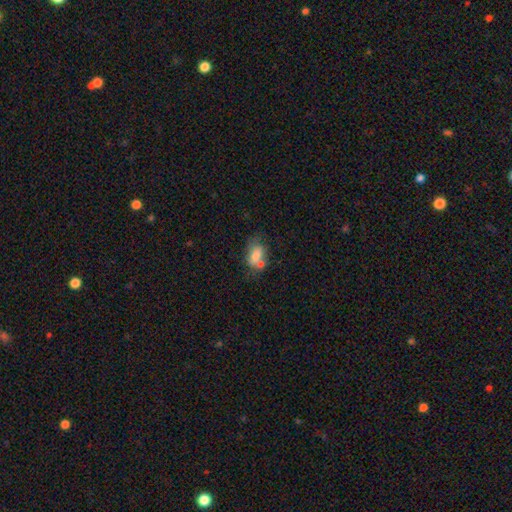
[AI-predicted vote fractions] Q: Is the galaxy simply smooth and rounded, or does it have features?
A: smooth — 69%.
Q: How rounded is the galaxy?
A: in between — 83%.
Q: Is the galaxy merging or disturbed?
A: none — 41%.